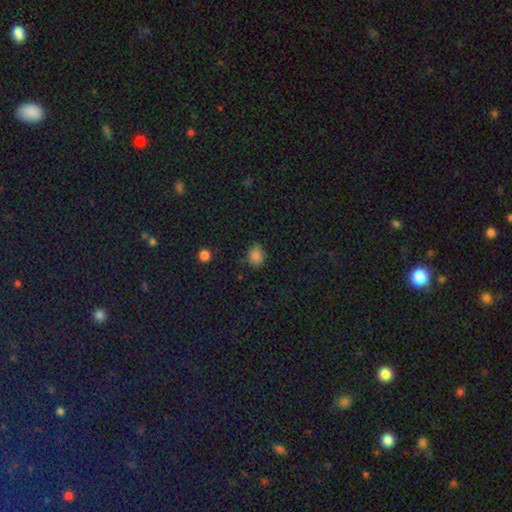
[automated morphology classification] type=smooth (82%); roundness=in between (54%); merging=none (69%).